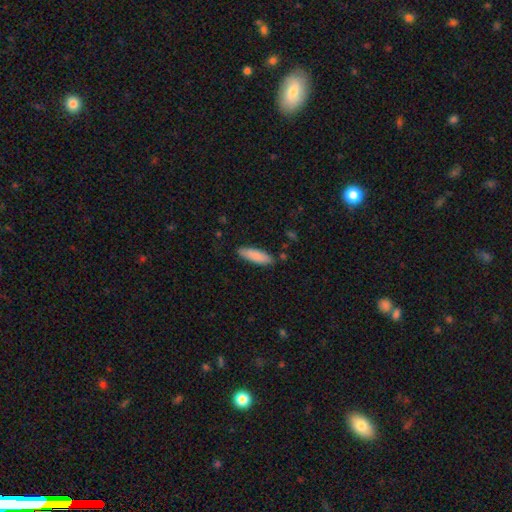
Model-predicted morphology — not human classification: Q: Smooth or featured?
A: smooth (87%); runner-up: featured or disk (8%)
Q: How rounded?
A: cigar-shaped (53%); runner-up: in between (45%)
Q: Merging?
A: none (85%); runner-up: minor disturbance (11%)